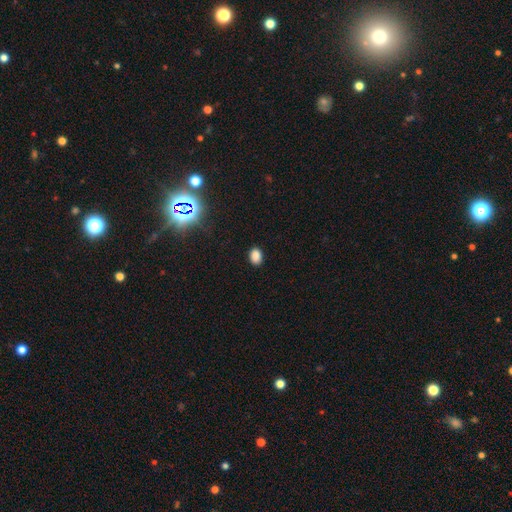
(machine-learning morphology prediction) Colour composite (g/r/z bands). It shows a smooth galaxy with no disk features (85%) that is in between round and cigar-shaped (75%). Merging: none (87%).